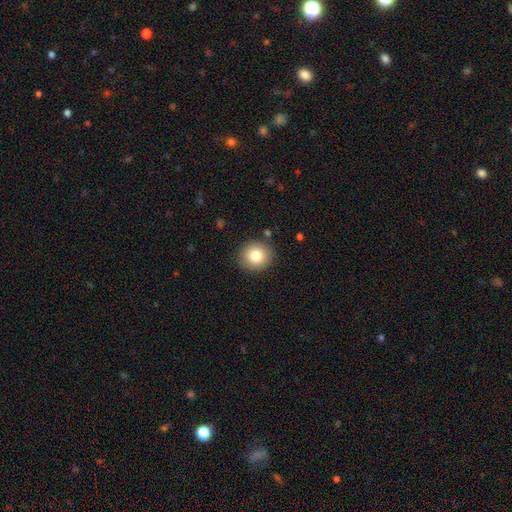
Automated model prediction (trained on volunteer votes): A smooth galaxy with no disk features (81%) that is round (87%).

Vote fractions:
- Smooth or featured? smooth: 81% / star or artifact: 10% / featured or disk: 9%
- How rounded? round: 87% / in between: 12% / cigar-shaped: 1%
- Merging? none: 88% / minor disturbance: 8% / major disturbance: 2% / merger: 2%